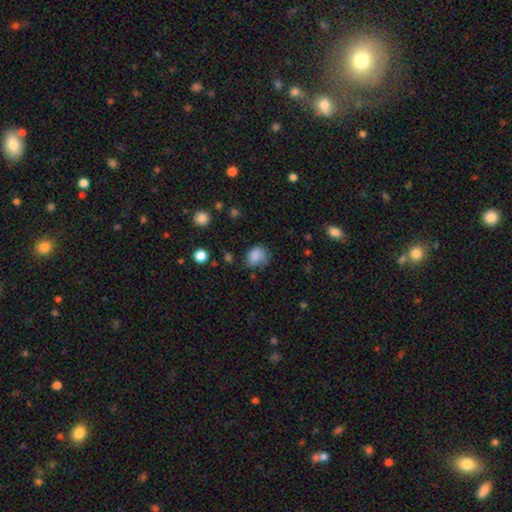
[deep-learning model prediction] A smooth galaxy with no disk features (81%) that is round (60%).

Vote fractions:
- Smooth or featured? smooth: 81% / star or artifact: 10% / featured or disk: 9%
- How rounded? round: 60% / in between: 39% / cigar-shaped: 1%
- Merging? none: 52% / minor disturbance: 30% / major disturbance: 15% / merger: 3%